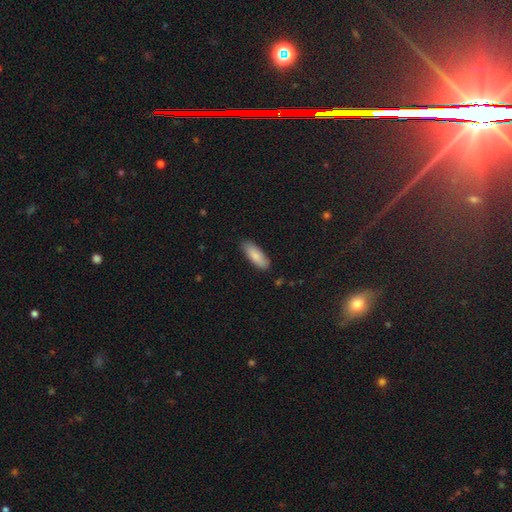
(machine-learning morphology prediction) Smooth or featured? Predicted: smooth (p=0.85). How rounded? Predicted: in between (p=0.65). Merging? Predicted: none (p=0.85).